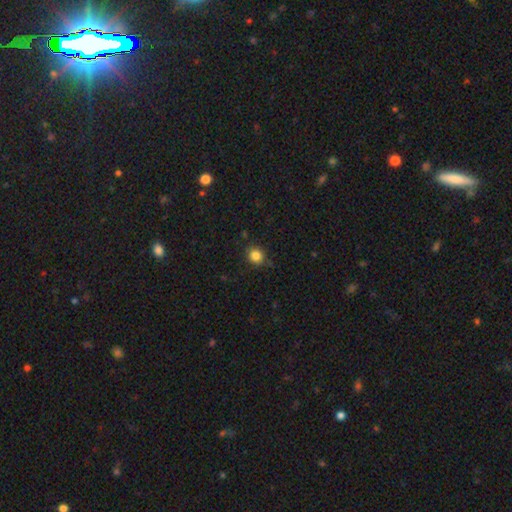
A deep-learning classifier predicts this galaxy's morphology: Overall: smooth (84%). How rounded: round (86%). Merging: none (82%).